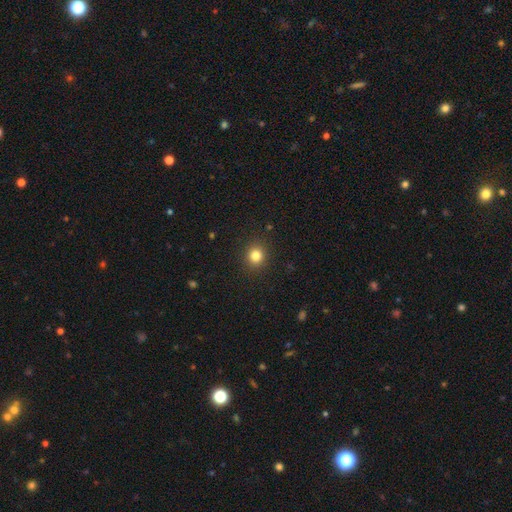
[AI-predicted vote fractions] smooth 83%, star or artifact 12%, featured or disk 5%. Down the decision tree: how rounded — round (87%); merging — none (91%).